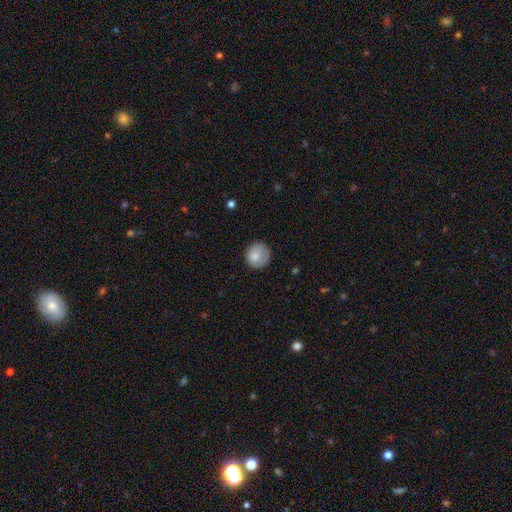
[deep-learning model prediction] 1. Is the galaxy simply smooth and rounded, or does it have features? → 82% smooth, 10% featured or disk, 8% star or artifact.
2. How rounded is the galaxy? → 90% round, 9% in between, 1% cigar-shaped.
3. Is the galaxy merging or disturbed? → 79% none, 16% minor disturbance, 4% major disturbance, 1% merger.